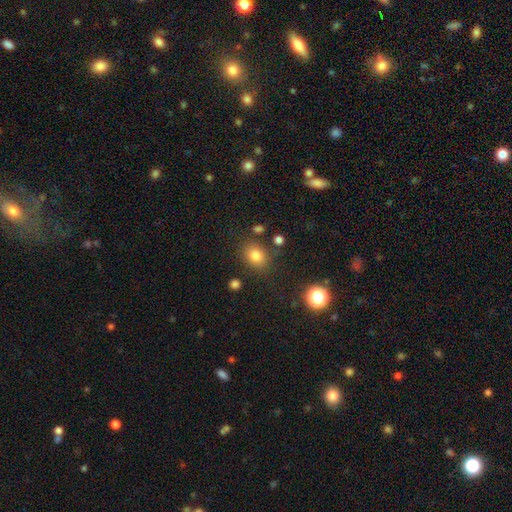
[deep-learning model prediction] The model was most divided on "how rounded": round: 51%, in between: 48%, cigar-shaped: 1%. More confident: merging — none (80%); smooth or featured — smooth (79%).